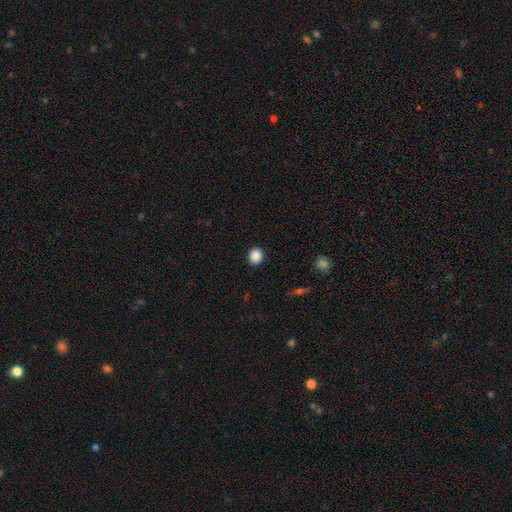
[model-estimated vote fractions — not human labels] A smooth galaxy with no disk features (88%) that is round (78%). Merging: none (91%).